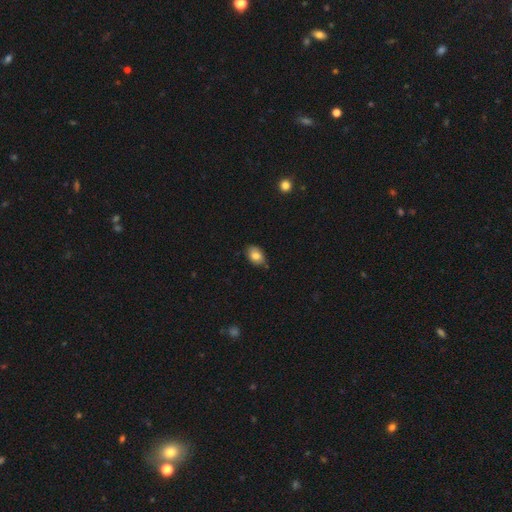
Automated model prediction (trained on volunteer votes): Smooth or featured: smooth — 81% (featured or disk — 11%)
How rounded: in between — 81% (round — 17%)
Merging: none — 77% (minor disturbance — 19%)